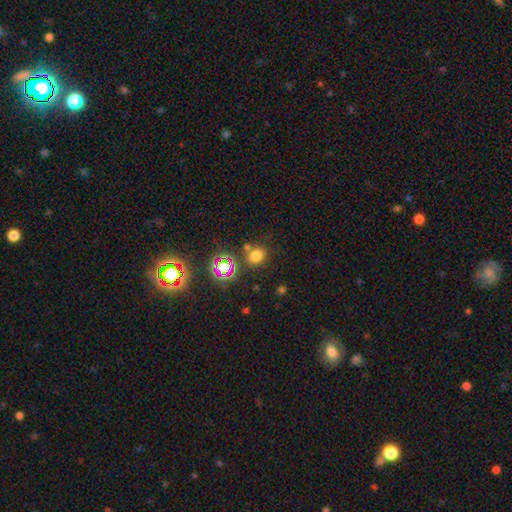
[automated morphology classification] A smooth galaxy with no disk features (69%) that is round (70%). Merging: none (74%).